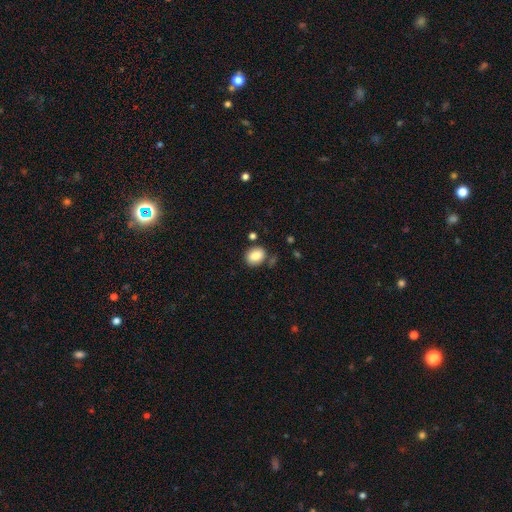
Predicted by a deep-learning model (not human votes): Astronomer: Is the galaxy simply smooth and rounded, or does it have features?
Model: smooth — 83%.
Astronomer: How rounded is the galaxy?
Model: in between — 55% (runner-up: round, 44%).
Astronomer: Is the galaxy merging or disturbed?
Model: none — 77%.